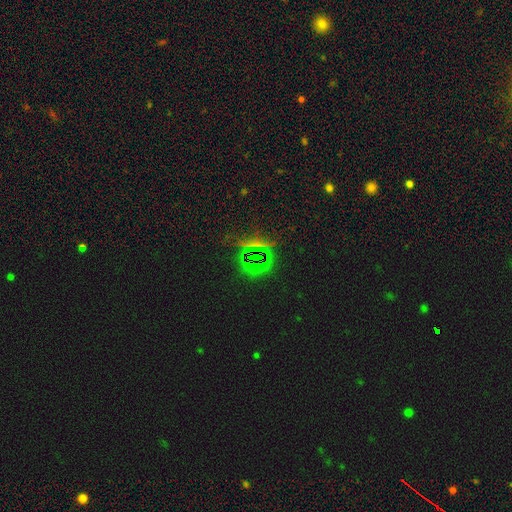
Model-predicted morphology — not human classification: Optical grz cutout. It shows a star or artifact, not a galaxy (78%).